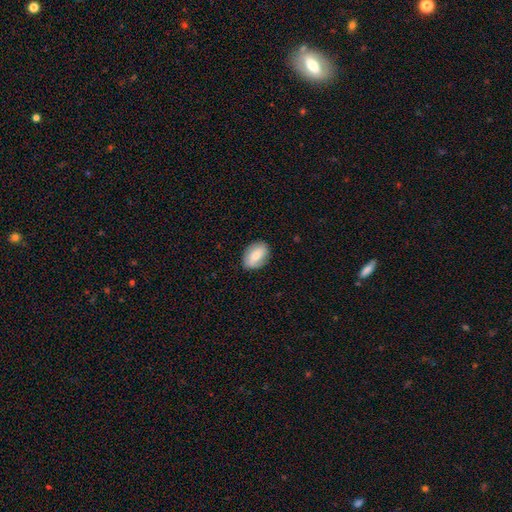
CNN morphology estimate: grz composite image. It shows a smooth galaxy with no disk features (70%) that is in between round and cigar-shaped (83%). Merging: none (83%).